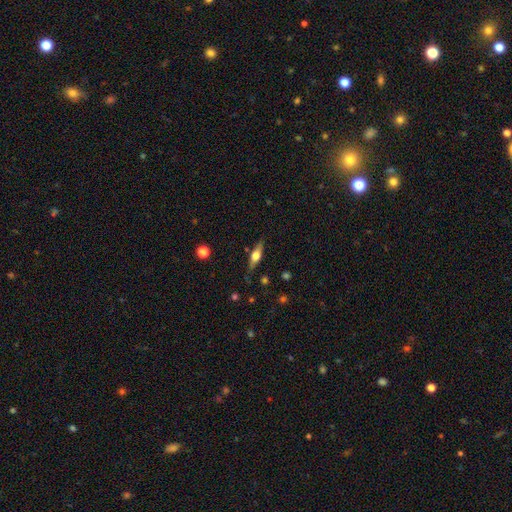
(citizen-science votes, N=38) A featured or disk galaxy (63%) viewed edge-on (92%) with a rounded central bulge (100%). Merging: none (75%).